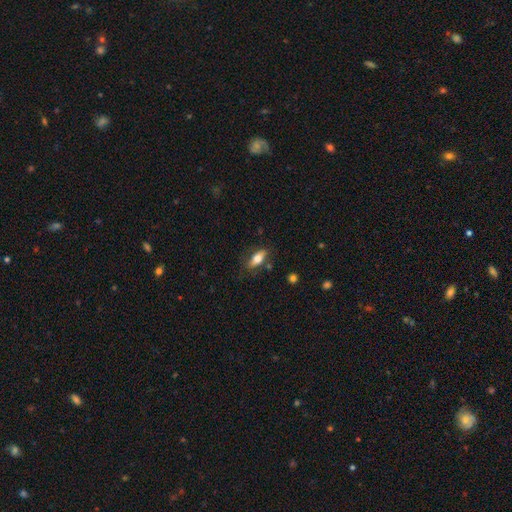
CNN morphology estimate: Smooth or featured?
  - smooth: 70% *
  - featured or disk: 24%
  - star or artifact: 7%
How rounded?
  - in between: 78% *
  - cigar-shaped: 19%
  - round: 3%
Merging?
  - none: 79% *
  - minor disturbance: 15%
  - major disturbance: 4%
  - merger: 3%